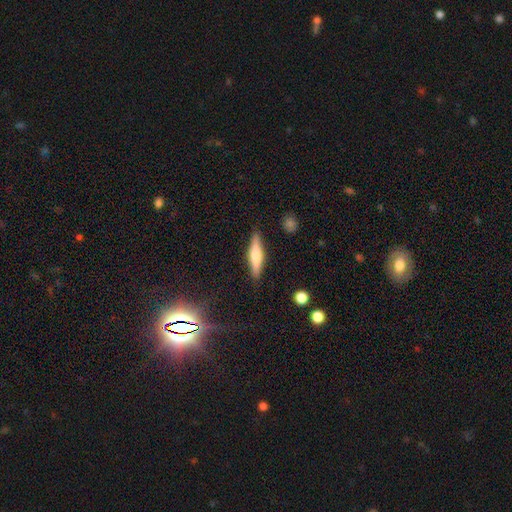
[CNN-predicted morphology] smooth 47%, featured or disk 46%, star or artifact 7%. Down the decision tree: merging — none (88%).